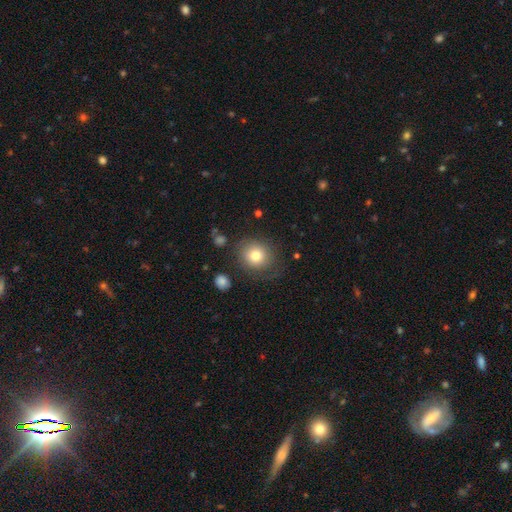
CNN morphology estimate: Q: Smooth or featured?
A: smooth (76%); runner-up: featured or disk (14%)
Q: How rounded?
A: round (81%); runner-up: in between (18%)
Q: Merging?
A: none (73%); runner-up: minor disturbance (15%)